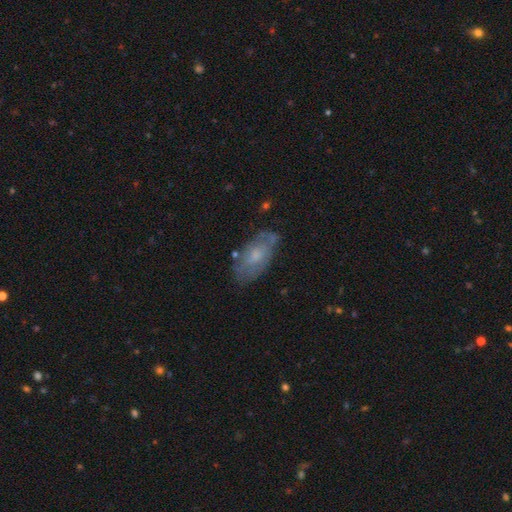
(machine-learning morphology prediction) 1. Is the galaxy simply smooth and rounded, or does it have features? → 49% smooth, 44% featured or disk, 7% star or artifact.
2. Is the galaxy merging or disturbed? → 64% none, 24% minor disturbance, 8% major disturbance, 3% merger.